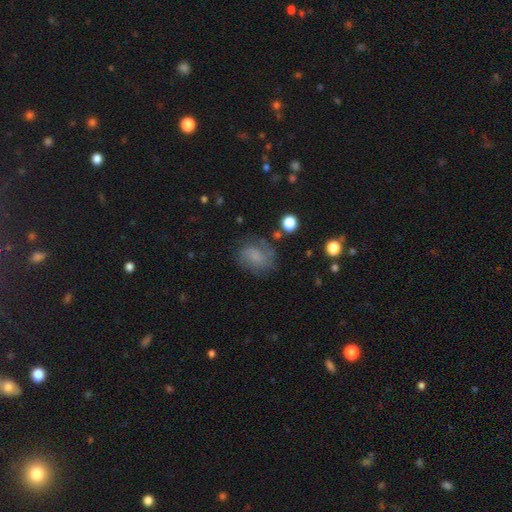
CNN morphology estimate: Smooth or featured? Predicted: smooth (p=0.52). How rounded? Predicted: round (p=0.50). Merging? Predicted: none (p=0.65).